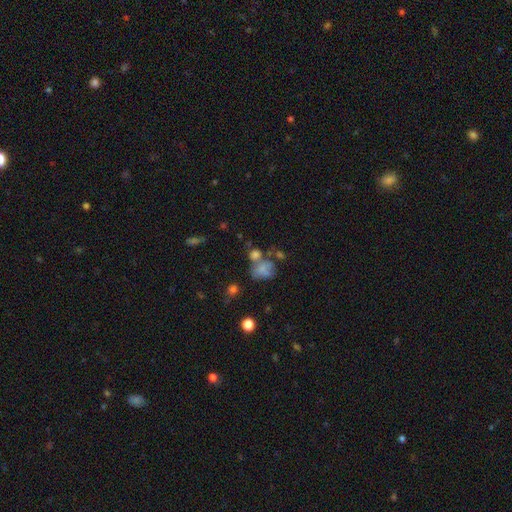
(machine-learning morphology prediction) type=smooth (49%); merging=none (41%).